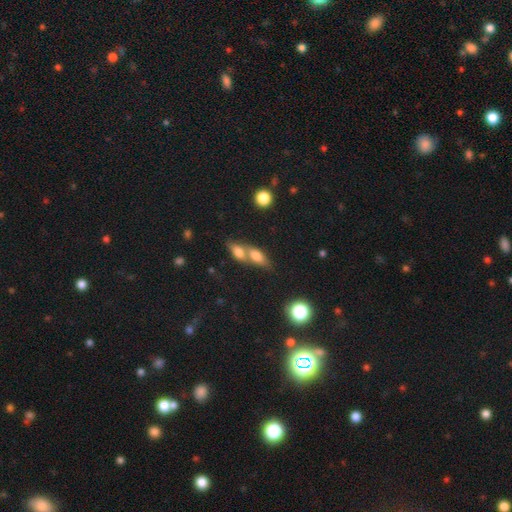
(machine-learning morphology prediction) This is likely a smooth galaxy (72%). How rounded: likely in between (75%). Merging: likely merger (67%).